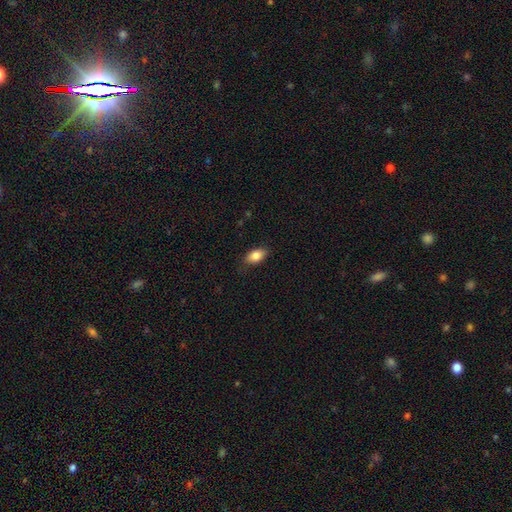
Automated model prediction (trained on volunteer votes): Smooth or featured? Predicted: smooth (p=0.85). How rounded? Predicted: in between (p=0.89). Merging? Predicted: none (p=0.81).